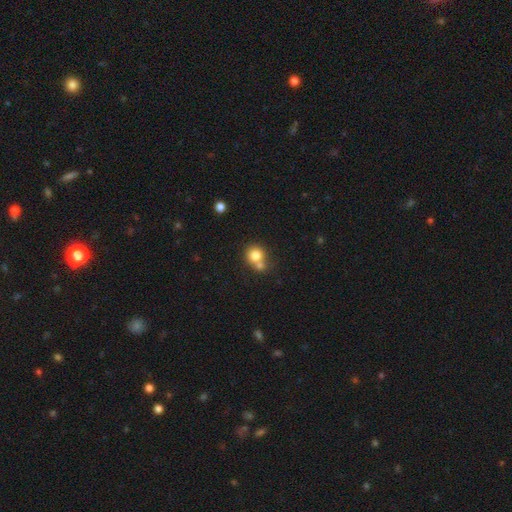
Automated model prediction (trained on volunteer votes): smooth-or-featured: smooth: 79% | star or artifact: 11% | featured or disk: 10%
  how-rounded: round: 86% | in between: 13% | cigar-shaped: 1%
  merging: none: 46% | merger: 43% | minor disturbance: 8% | major disturbance: 3%